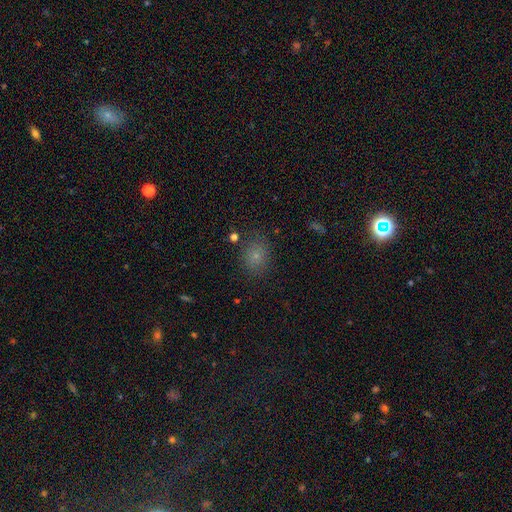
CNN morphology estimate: A smooth galaxy with no disk features (73%) that is round (64%). Merging: none (81%).